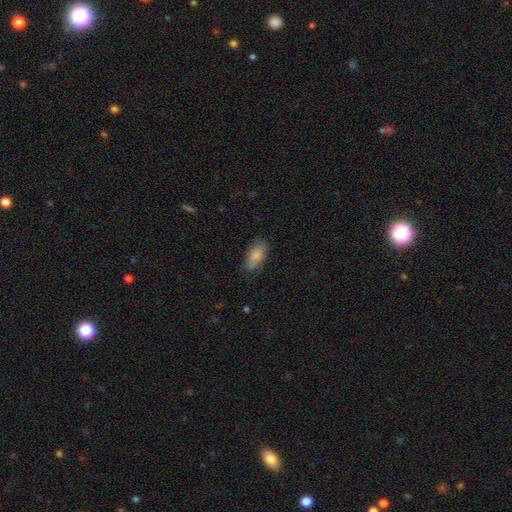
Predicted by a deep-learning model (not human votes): Smooth or featured?
  - smooth: 83% *
  - featured or disk: 10%
  - star or artifact: 6%
How rounded?
  - in between: 88% *
  - cigar-shaped: 10%
  - round: 3%
Merging?
  - none: 72% *
  - minor disturbance: 22%
  - major disturbance: 5%
  - merger: 1%